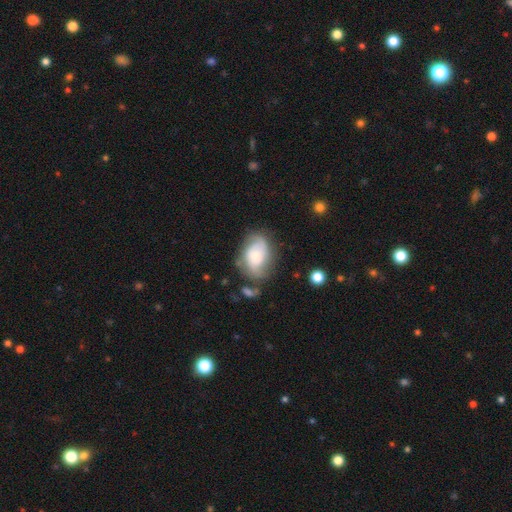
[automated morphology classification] Q: Smooth or featured?
A: featured or disk (50%); runner-up: smooth (43%)
Q: Merging?
A: none (52%); runner-up: minor disturbance (27%)